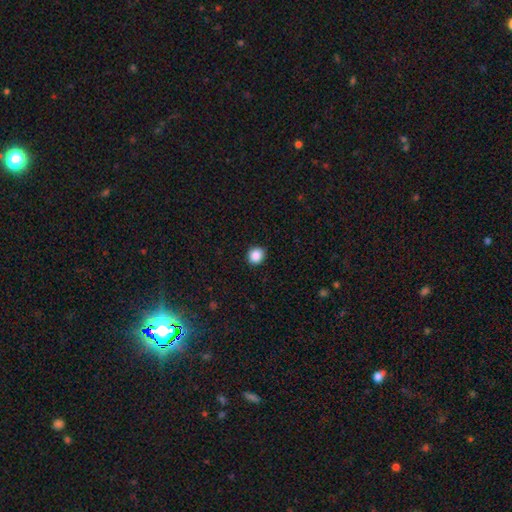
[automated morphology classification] Q: Smooth or featured?
A: smooth (87%); runner-up: star or artifact (10%)
Q: How rounded?
A: round (84%); runner-up: in between (15%)
Q: Merging?
A: none (90%); runner-up: minor disturbance (7%)